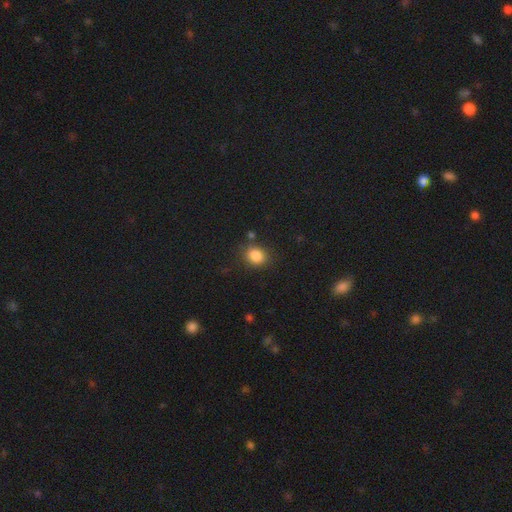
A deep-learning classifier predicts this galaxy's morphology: Smooth or featured?
  - smooth: 85% *
  - star or artifact: 10%
  - featured or disk: 5%
How rounded?
  - round: 58% *
  - in between: 41%
  - cigar-shaped: 1%
Merging?
  - none: 78% *
  - minor disturbance: 14%
  - merger: 5%
  - major disturbance: 4%